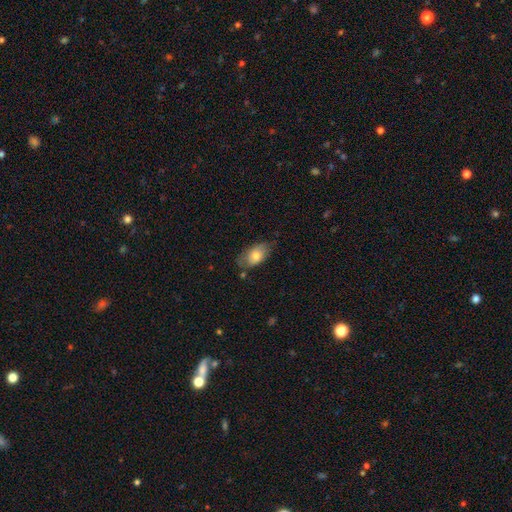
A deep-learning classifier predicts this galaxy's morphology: smooth-or-featured: smooth: 74% | featured or disk: 19% | star or artifact: 7%
  how-rounded: in between: 92% | round: 5% | cigar-shaped: 2%
  merging: none: 62% | minor disturbance: 27% | major disturbance: 7% | merger: 3%